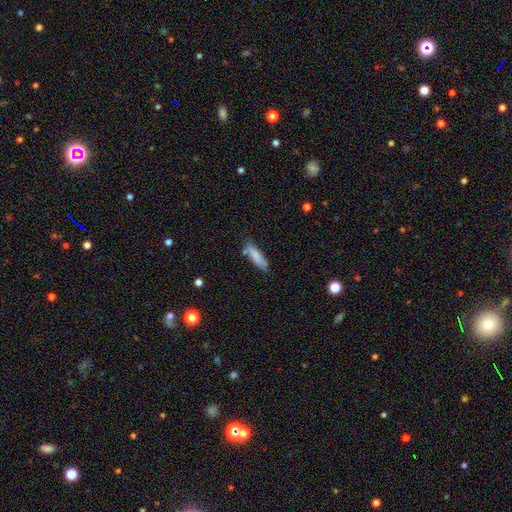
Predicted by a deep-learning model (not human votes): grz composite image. It shows a smooth galaxy with no disk features (82%) that is cigar-shaped (64%). Merging: none (71%).